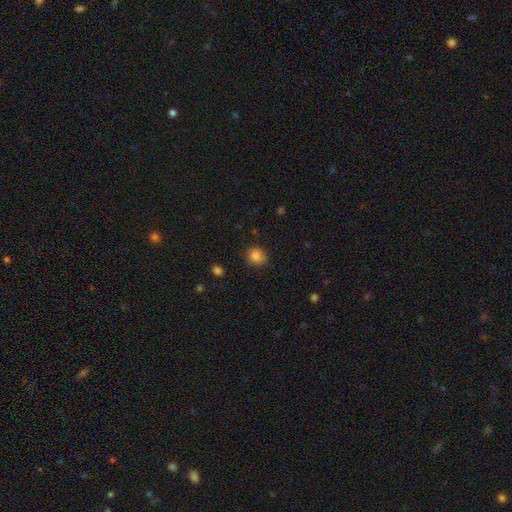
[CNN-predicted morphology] smooth_or_featured: smooth (p=0.84) [alt: star or artifact p=0.11]
how_rounded: round (p=0.82) [alt: in between p=0.17]
merging: none (p=0.74) [alt: minor disturbance p=0.20]